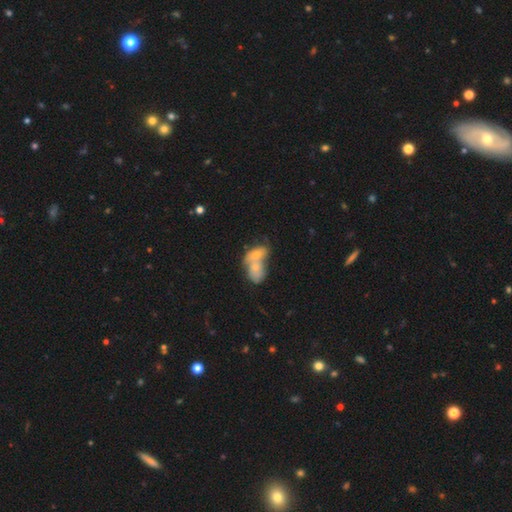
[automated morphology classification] Smooth or featured? smooth (45%)
Merging? merger (66%)